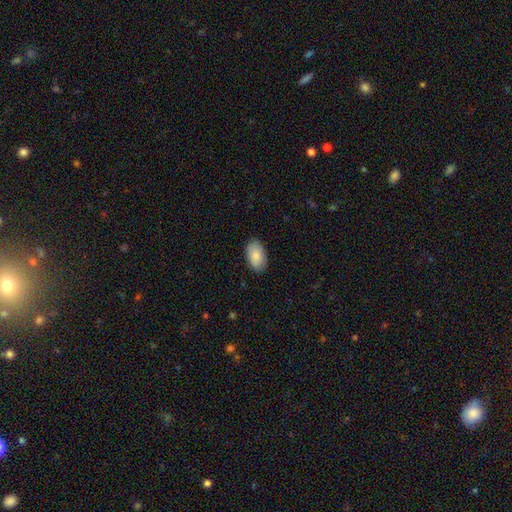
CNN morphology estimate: Smooth or featured? smooth (87%)
How rounded? in between (94%)
Merging? none (88%)